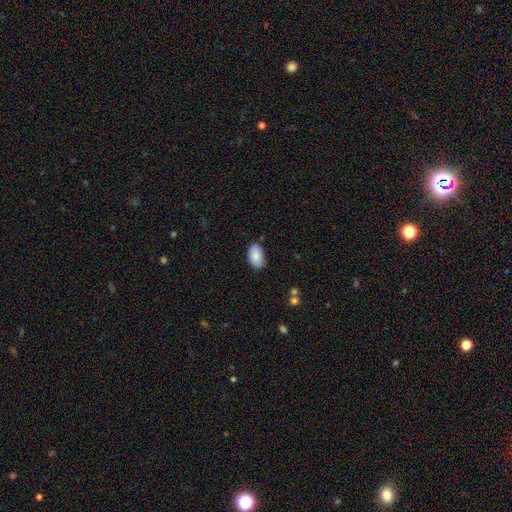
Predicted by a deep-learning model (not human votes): Smooth or featured? Predicted: smooth (p=0.86). How rounded? Predicted: in between (p=0.94). Merging? Predicted: none (p=0.81).